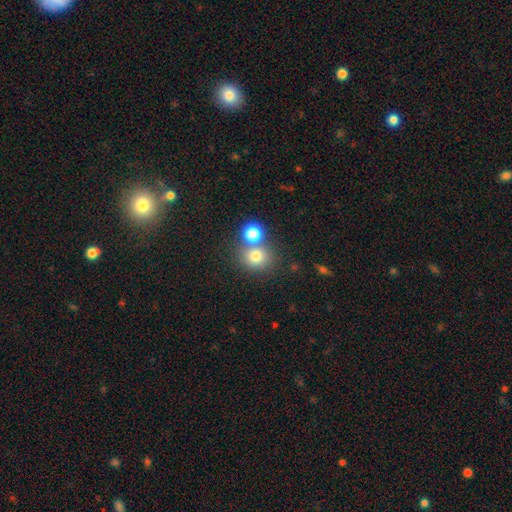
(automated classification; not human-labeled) Smooth or featured: smooth — 76% (star or artifact — 14%)
How rounded: round — 83% (in between — 16%)
Merging: none — 56% (merger — 33%)